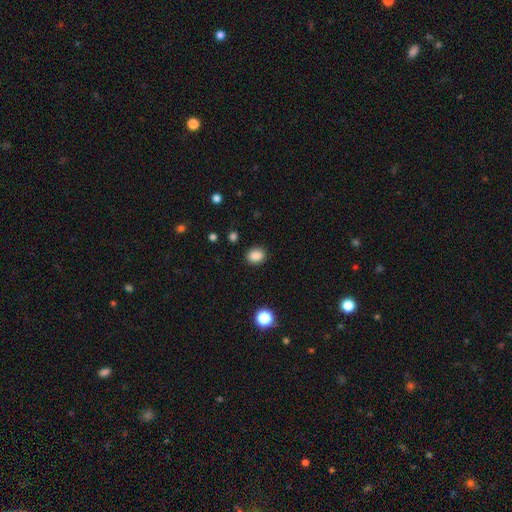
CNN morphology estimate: Smooth or featured?
  - smooth: 86% *
  - star or artifact: 10%
  - featured or disk: 4%
How rounded?
  - round: 50% *
  - in between: 49%
  - cigar-shaped: 1%
Merging?
  - none: 89% *
  - minor disturbance: 8%
  - major disturbance: 2%
  - merger: 1%